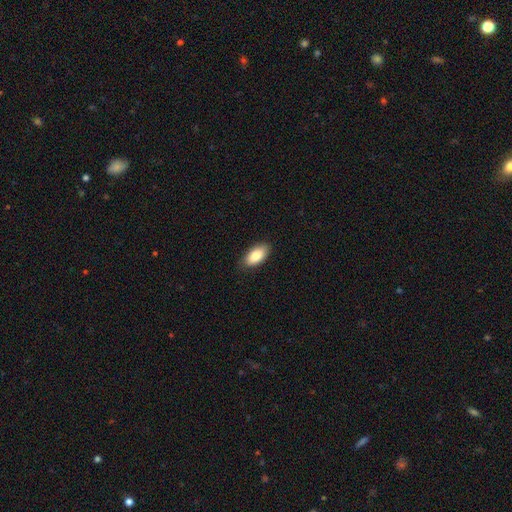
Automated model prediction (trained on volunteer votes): Smooth or featured: smooth — 86% (featured or disk — 8%)
How rounded: in between — 93% (cigar-shaped — 4%)
Merging: none — 87% (minor disturbance — 11%)